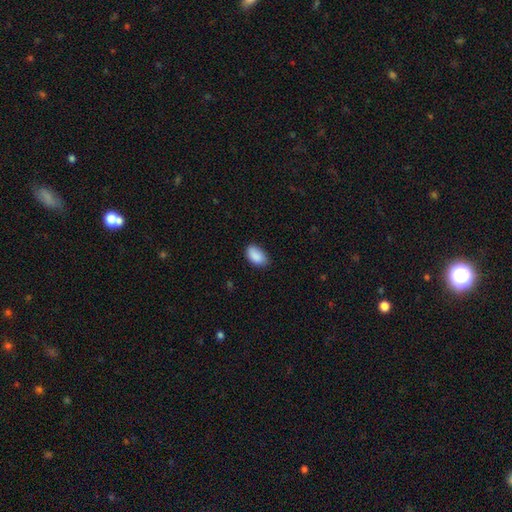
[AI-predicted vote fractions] This is clearly a smooth galaxy (89%). How rounded: clearly in between (94%). Merging: likely none (77%).